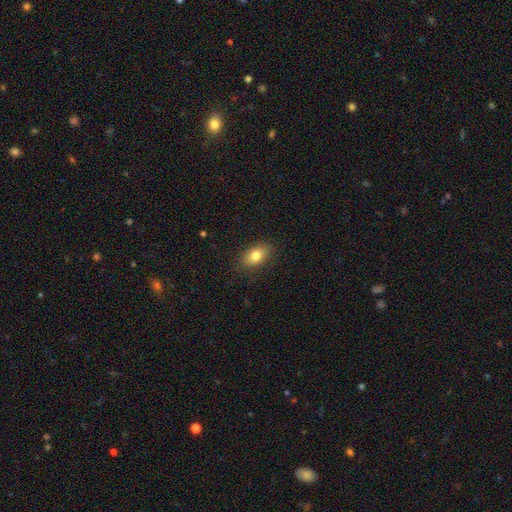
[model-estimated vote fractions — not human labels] Smooth or featured? Predicted: smooth (p=0.80). How rounded? Predicted: in between (p=0.86). Merging? Predicted: none (p=0.84).